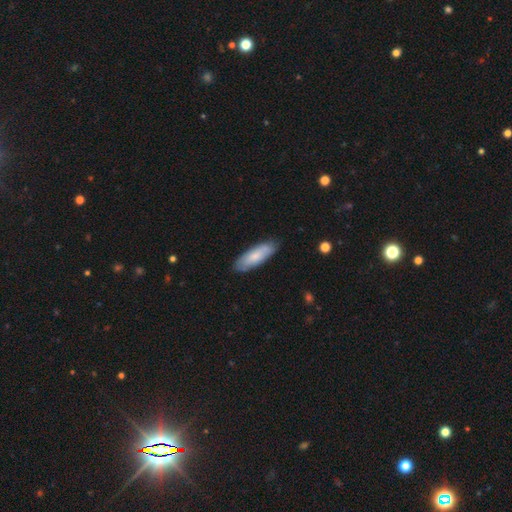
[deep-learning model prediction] A smooth galaxy with no disk features (73%) that is in between round and cigar-shaped (59%). Merging: none (81%).